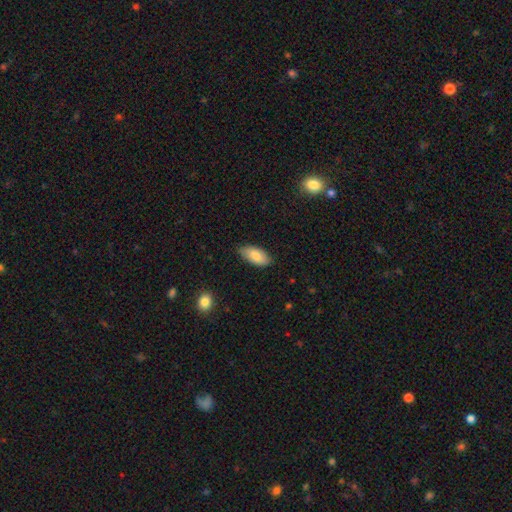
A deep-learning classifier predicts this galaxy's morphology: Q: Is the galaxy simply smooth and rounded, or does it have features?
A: smooth — 83%.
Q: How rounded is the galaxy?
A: in between — 92%.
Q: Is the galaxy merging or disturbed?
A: none — 82%.